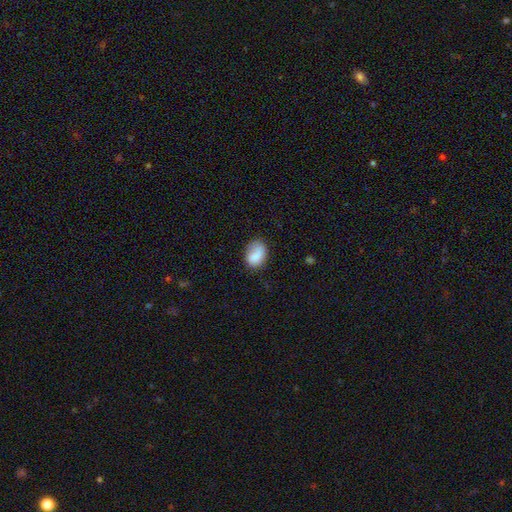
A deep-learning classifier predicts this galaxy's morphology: The model was most divided on "merging": none: 64%, minor disturbance: 25%, major disturbance: 8%, merger: 3%. More confident: smooth or featured — smooth (84%); how rounded — in between (76%).